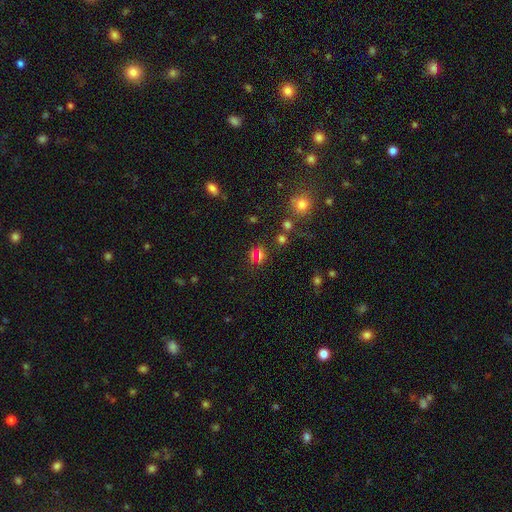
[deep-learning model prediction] A star or artifact, not a galaxy (48%).